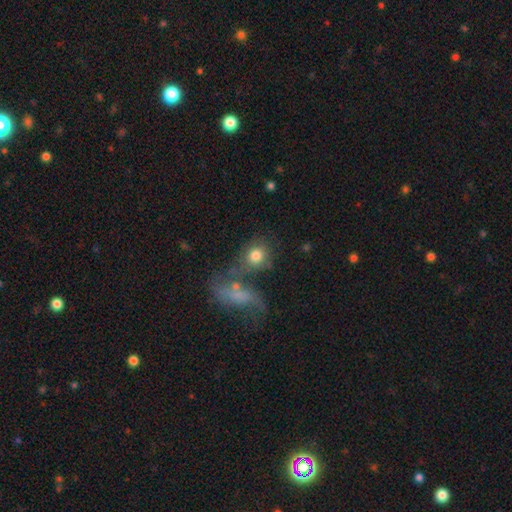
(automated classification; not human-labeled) Smooth or featured? Predicted: smooth (p=0.75). How rounded? Predicted: round (p=0.71). Merging? Predicted: none (p=0.43).